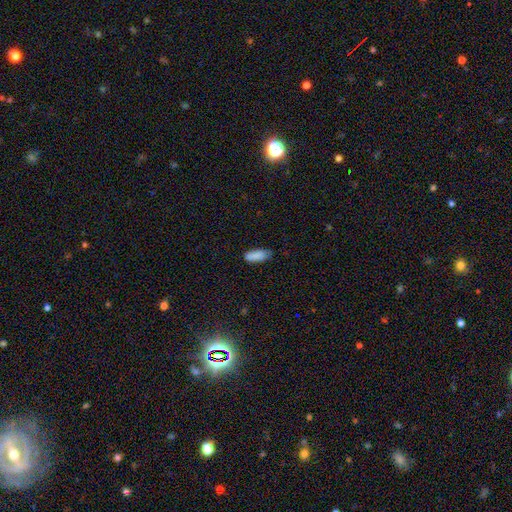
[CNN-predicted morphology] smooth-or-featured: smooth: 87% | star or artifact: 7% | featured or disk: 6%
  how-rounded: in between: 79% | cigar-shaped: 19% | round: 2%
  merging: none: 67% | minor disturbance: 26% | major disturbance: 4% | merger: 2%